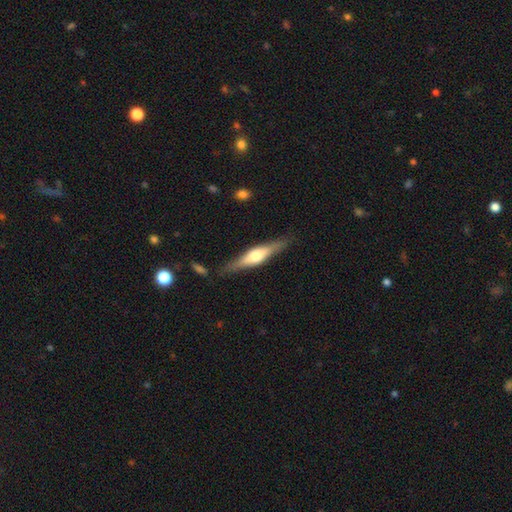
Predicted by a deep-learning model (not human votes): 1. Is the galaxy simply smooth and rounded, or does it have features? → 65% featured or disk, 29% smooth, 5% star or artifact.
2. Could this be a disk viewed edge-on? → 96% yes, 4% no.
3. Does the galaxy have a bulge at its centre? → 86% rounded, 11% boxy, 3% none.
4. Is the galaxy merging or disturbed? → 84% none, 11% minor disturbance, 3% major disturbance, 2% merger.